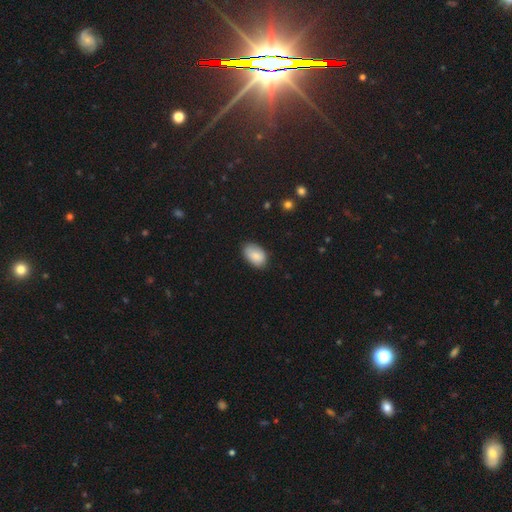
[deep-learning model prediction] The model was most divided on "merging": none: 78%, minor disturbance: 18%, major disturbance: 3%, merger: 1%. More confident: how rounded — in between (91%); smooth or featured — smooth (87%).